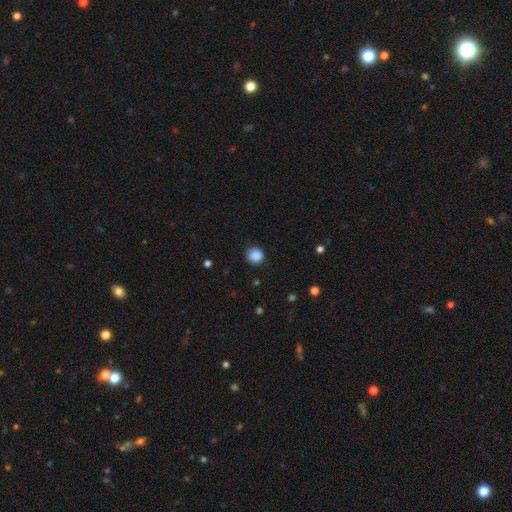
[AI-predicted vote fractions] smooth 87%, star or artifact 10%, featured or disk 3%. Down the decision tree: how rounded — round (86%); merging — none (87%).